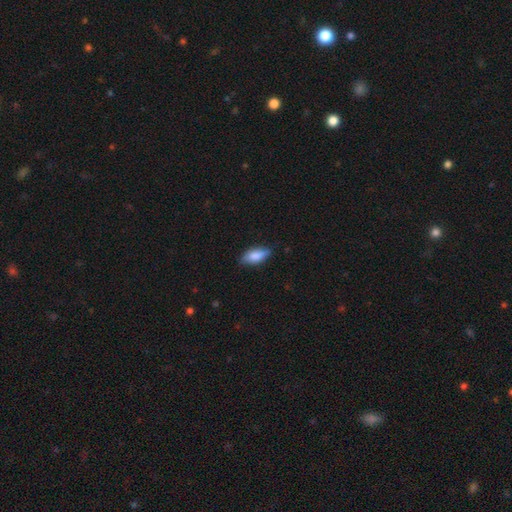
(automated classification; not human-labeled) Overall: smooth (80%). How rounded: in between (81%). Merging: none (72%).